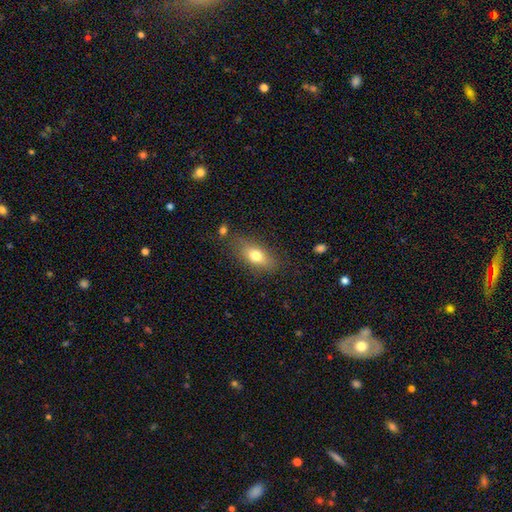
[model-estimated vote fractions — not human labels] This is likely a smooth galaxy (74%). How rounded: likely in between (79%). Merging: likely none (77%).